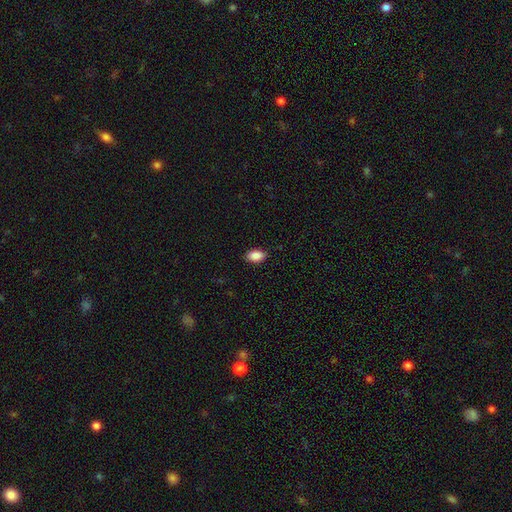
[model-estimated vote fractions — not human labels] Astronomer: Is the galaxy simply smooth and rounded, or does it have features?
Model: smooth — 89%.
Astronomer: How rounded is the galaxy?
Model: in between — 92%.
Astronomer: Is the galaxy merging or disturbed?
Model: none — 88%.